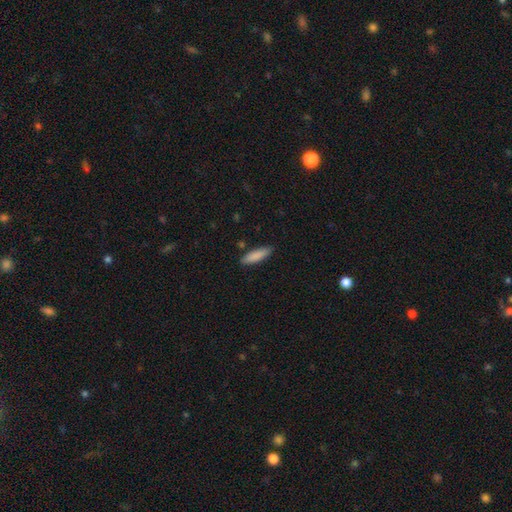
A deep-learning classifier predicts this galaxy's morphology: Overall: smooth (87%). How rounded: cigar-shaped (60%; in between 39%). Merging: none (84%).